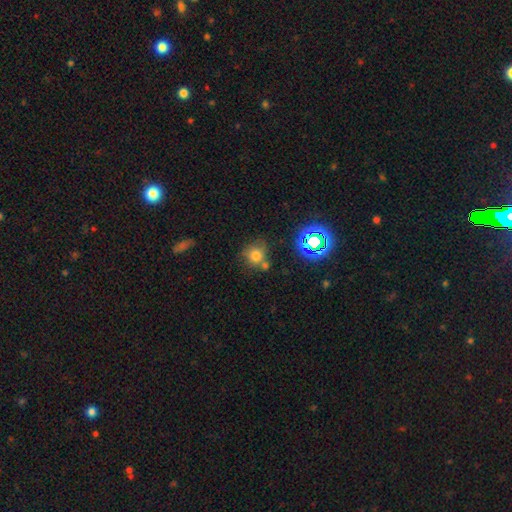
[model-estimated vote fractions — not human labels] Smooth or featured? Predicted: smooth (p=0.71). How rounded? Predicted: round (p=0.86). Merging? Predicted: none (p=0.61).